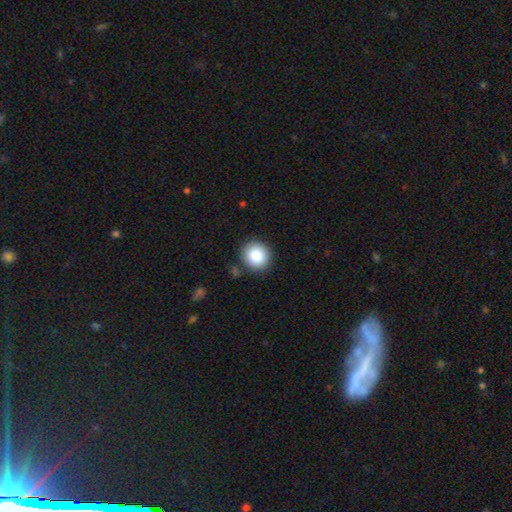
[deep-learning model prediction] The model was most divided on "smooth or featured": smooth: 84%, star or artifact: 9%, featured or disk: 7%. More confident: how rounded — round (90%); merging — none (88%).